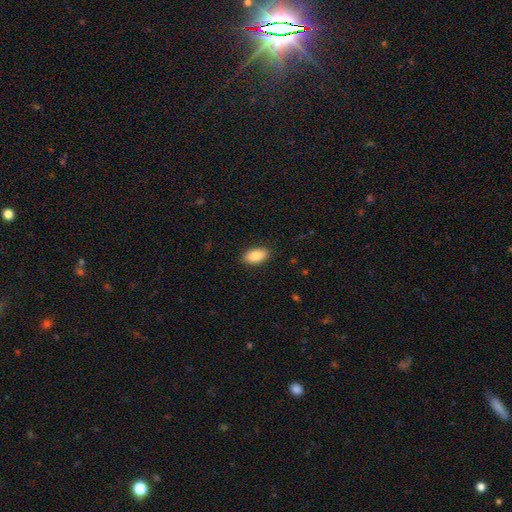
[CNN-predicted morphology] Smooth or featured: smooth — 86% (featured or disk — 7%)
How rounded: in between — 93% (round — 4%)
Merging: none — 89% (minor disturbance — 8%)